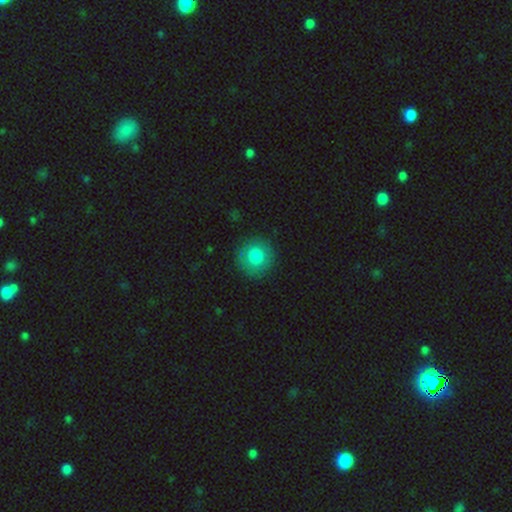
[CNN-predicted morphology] Smooth or featured? Predicted: smooth (p=0.78). How rounded? Predicted: round (p=0.94). Merging? Predicted: none (p=0.88).